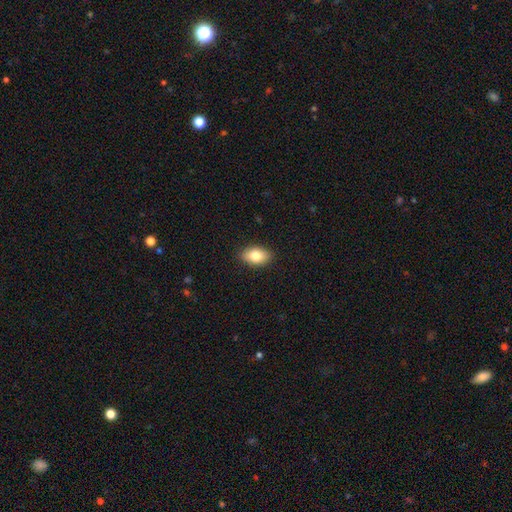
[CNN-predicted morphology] A smooth galaxy with no disk features (81%) that is in between round and cigar-shaped (89%). Merging: none (88%).